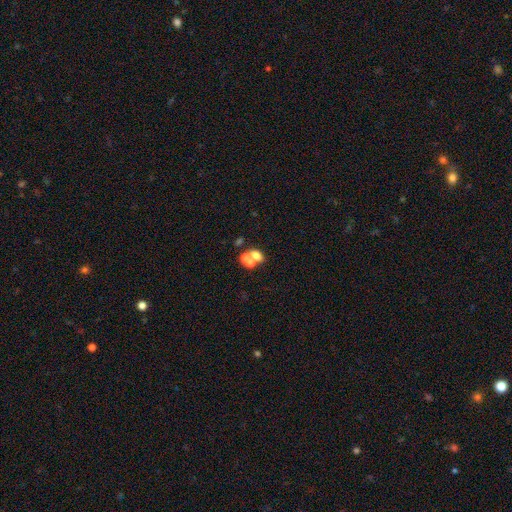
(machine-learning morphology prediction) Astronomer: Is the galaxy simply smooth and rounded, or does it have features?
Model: smooth — 58%.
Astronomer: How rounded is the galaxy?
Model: in between — 65%.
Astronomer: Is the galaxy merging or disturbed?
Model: merger — 60%.